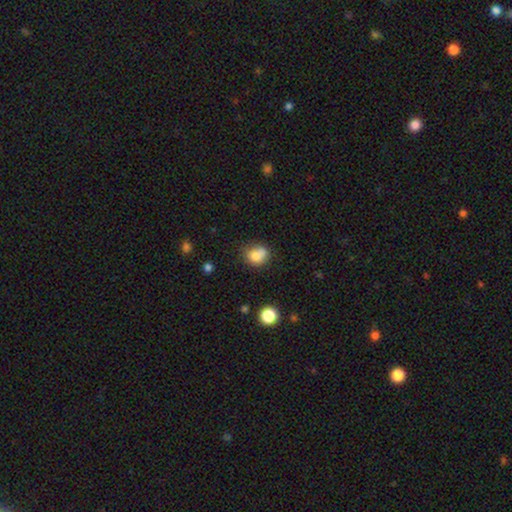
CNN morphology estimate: type=smooth (78%); roundness=round (63%); merging=none (48%).